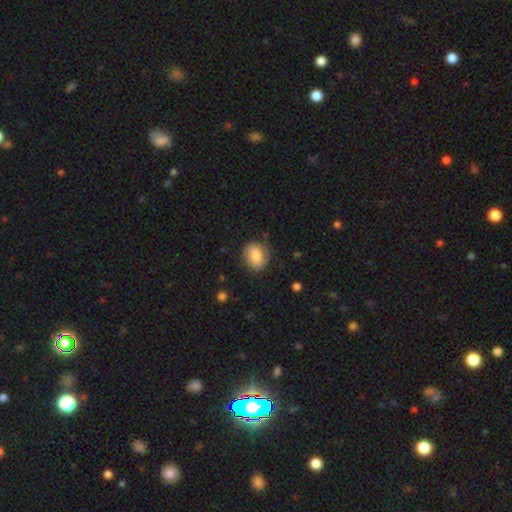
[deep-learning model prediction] Q: Smooth or featured?
A: smooth (80%); runner-up: featured or disk (13%)
Q: How rounded?
A: round (54%); runner-up: in between (45%)
Q: Merging?
A: none (76%); runner-up: minor disturbance (18%)